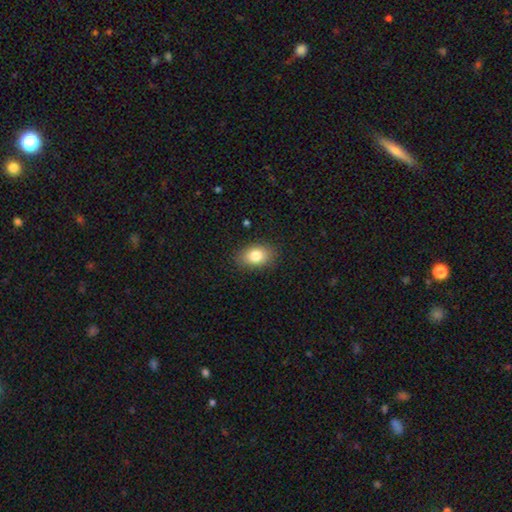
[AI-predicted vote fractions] Smooth or featured? Predicted: smooth (p=0.82). How rounded? Predicted: in between (p=0.82). Merging? Predicted: none (p=0.86).